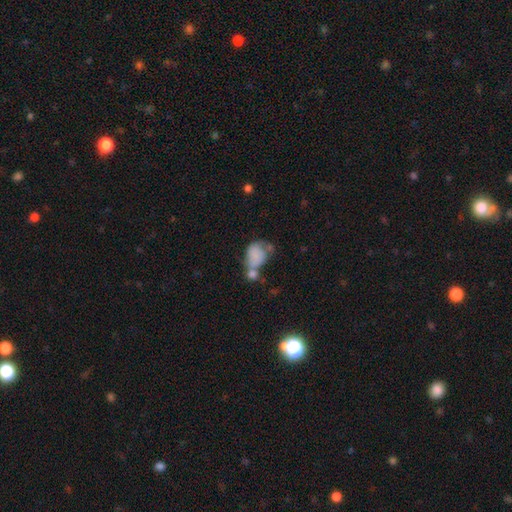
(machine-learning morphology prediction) smooth-or-featured: smooth: 74% | featured or disk: 17% | star or artifact: 8%
  how-rounded: in between: 64% | round: 35% | cigar-shaped: 1%
  merging: merger: 49% | none: 21% | minor disturbance: 16% | major disturbance: 13%